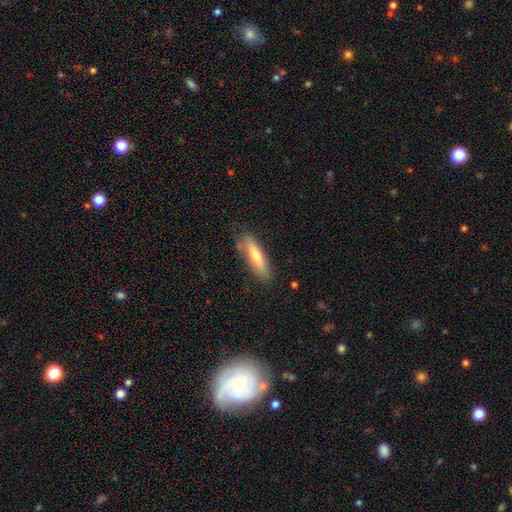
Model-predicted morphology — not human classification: Q: Smooth or featured?
A: smooth (60%); runner-up: featured or disk (33%)
Q: How rounded?
A: cigar-shaped (74%); runner-up: in between (25%)
Q: Merging?
A: none (82%); runner-up: minor disturbance (14%)